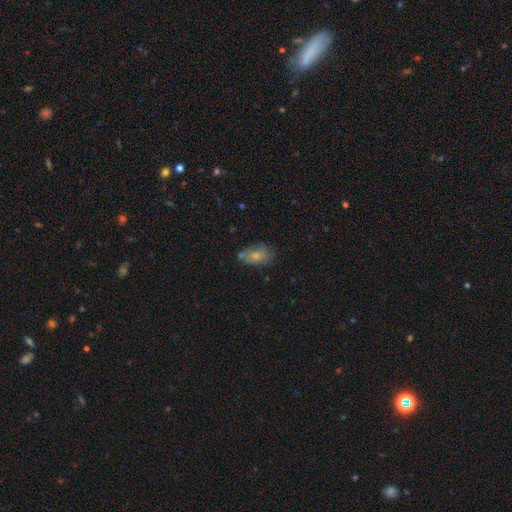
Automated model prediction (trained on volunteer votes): Smooth or featured: smooth — 72% (featured or disk — 18%)
How rounded: in between — 87% (round — 11%)
Merging: none — 60% (minor disturbance — 24%)